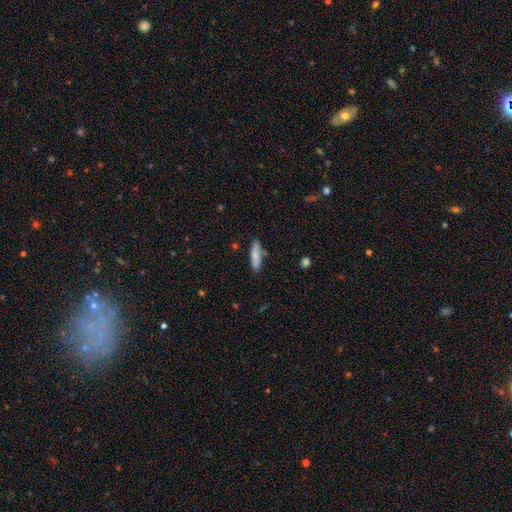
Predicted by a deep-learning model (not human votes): smooth-or-featured: smooth: 78% | featured or disk: 16% | star or artifact: 6%
  how-rounded: cigar-shaped: 65% | in between: 33% | round: 2%
  merging: none: 80% | minor disturbance: 13% | merger: 4% | major disturbance: 3%